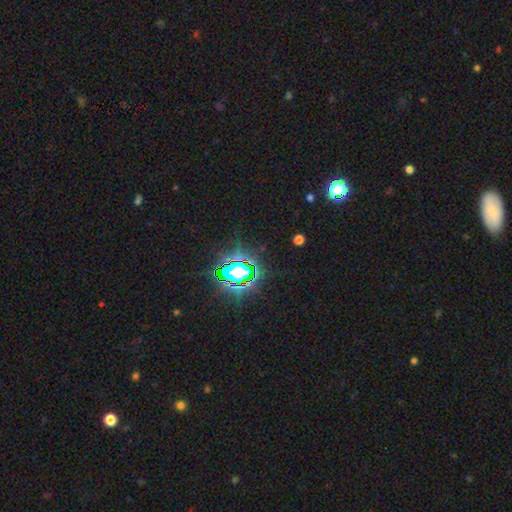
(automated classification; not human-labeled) This appears to be a star or artifact, not a galaxy (80%).